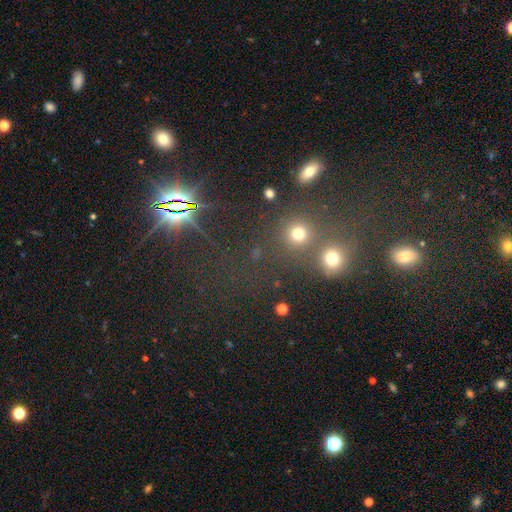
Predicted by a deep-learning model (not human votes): The model was most divided on "smooth or featured": star or artifact: 56%, smooth: 34%, featured or disk: 10%.